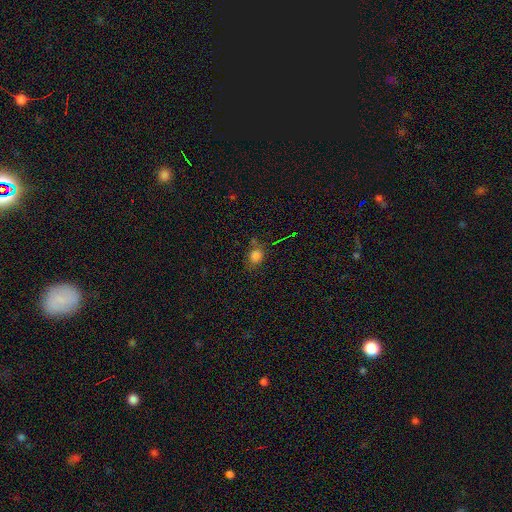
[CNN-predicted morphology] This appears to be a smooth galaxy with no disk features (78%) that is round (64%). Merging: none (67%).